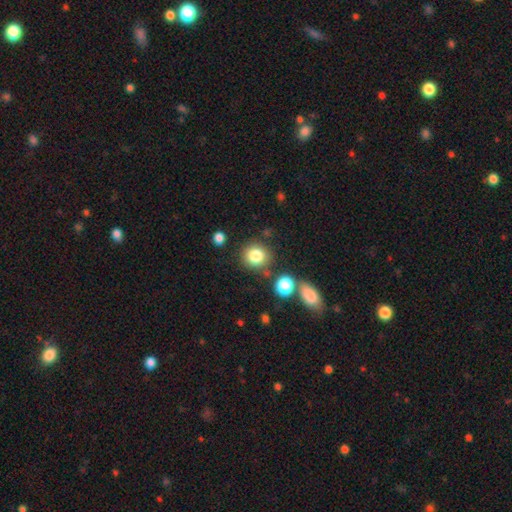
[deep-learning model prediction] Smooth or featured: smooth — 82% (star or artifact — 11%)
How rounded: round — 86% (in between — 13%)
Merging: none — 79% (minor disturbance — 10%)